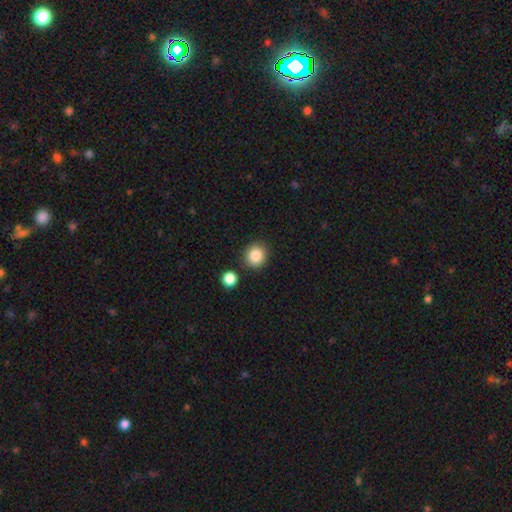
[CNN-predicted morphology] Smooth or featured?
  - smooth: 86% *
  - star or artifact: 9%
  - featured or disk: 5%
How rounded?
  - round: 85% *
  - in between: 14%
  - cigar-shaped: 1%
Merging?
  - none: 85% *
  - minor disturbance: 8%
  - merger: 5%
  - major disturbance: 2%